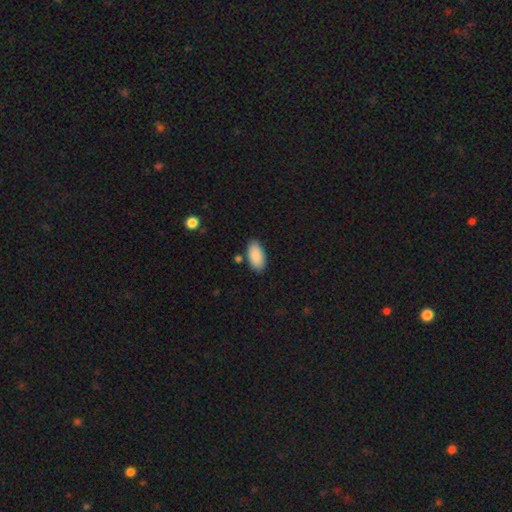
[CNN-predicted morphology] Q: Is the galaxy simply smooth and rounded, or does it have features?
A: smooth — 90%.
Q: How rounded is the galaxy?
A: in between — 94%.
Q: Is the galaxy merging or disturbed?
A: none — 82%.